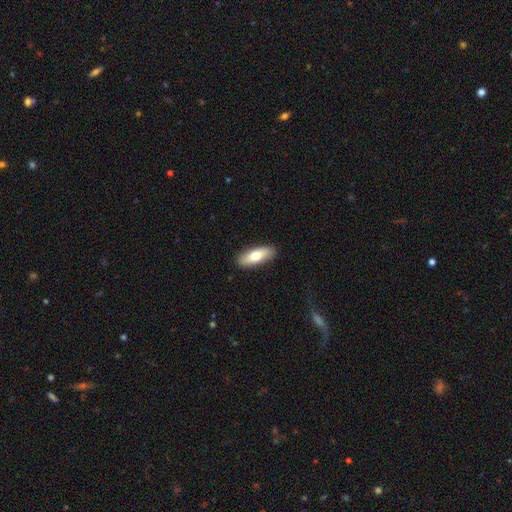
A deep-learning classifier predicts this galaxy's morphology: smooth_or_featured: smooth (p=0.72) [alt: featured or disk p=0.23]
how_rounded: in between (p=0.65) [alt: cigar-shaped p=0.32]
merging: none (p=0.89) [alt: minor disturbance p=0.08]